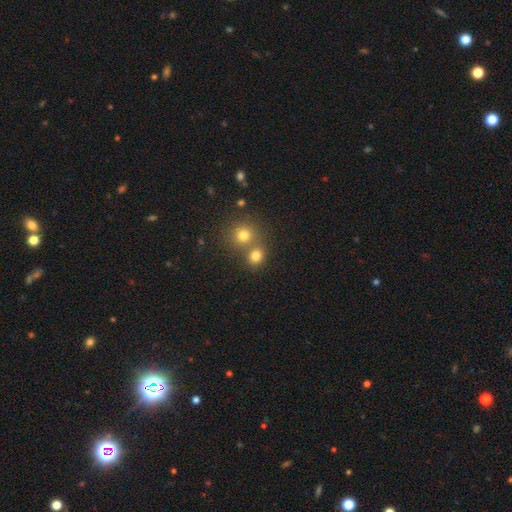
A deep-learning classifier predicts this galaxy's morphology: This appears to be a smooth galaxy with no disk features (78%) that is round (78%). Merging: none (53%).